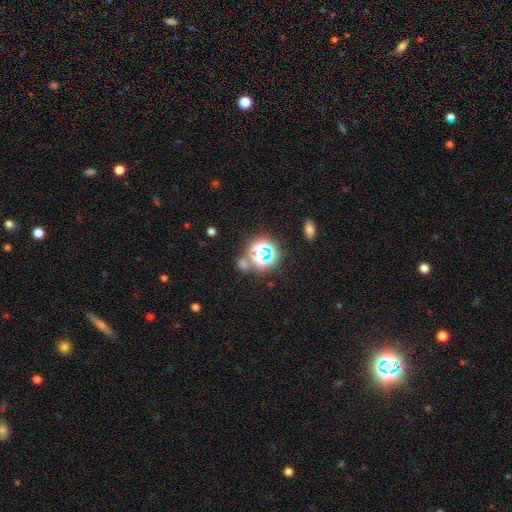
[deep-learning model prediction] smooth_or_featured: star or artifact (p=0.71) [alt: smooth p=0.23]